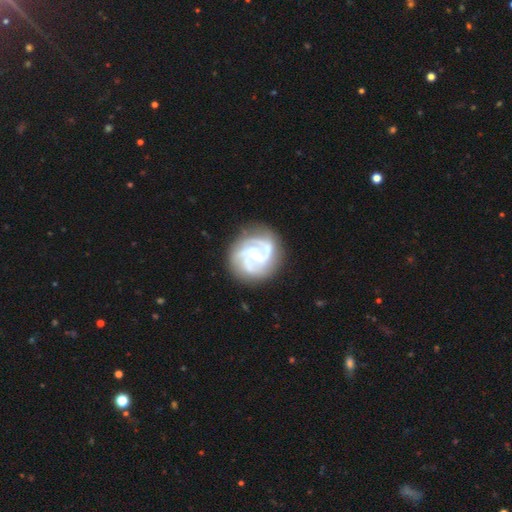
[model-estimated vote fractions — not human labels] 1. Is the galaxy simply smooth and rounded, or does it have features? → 89% featured or disk, 6% smooth, 4% star or artifact.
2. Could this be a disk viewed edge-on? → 98% no, 2% yes.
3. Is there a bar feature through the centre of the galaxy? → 60% no, 31% weak, 9% strong.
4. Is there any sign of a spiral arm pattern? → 97% yes, 3% no.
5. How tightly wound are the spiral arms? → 55% tight, 39% medium, 6% loose.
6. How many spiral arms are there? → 53% 3, 19% 2, 11% can't tell, 10% 4, 4% 1, 4% more than 4.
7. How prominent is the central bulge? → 61% small, 36% moderate, 1% large, 1% none, 1% dominant.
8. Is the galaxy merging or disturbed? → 78% none, 15% minor disturbance, 6% major disturbance, 2% merger.